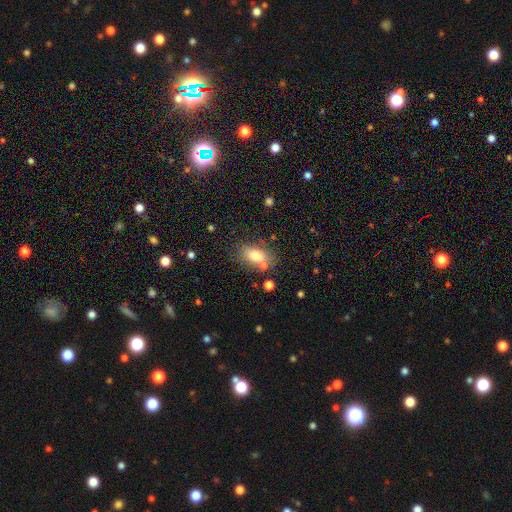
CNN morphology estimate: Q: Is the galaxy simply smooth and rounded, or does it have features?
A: smooth — 76%.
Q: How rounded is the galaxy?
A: in between — 85%.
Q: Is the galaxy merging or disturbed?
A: none — 66%.